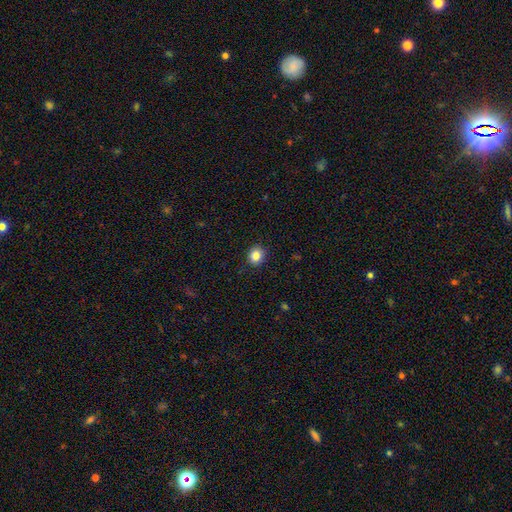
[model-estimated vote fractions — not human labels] Smooth or featured? smooth (86%)
How rounded? round (74%)
Merging? none (89%)